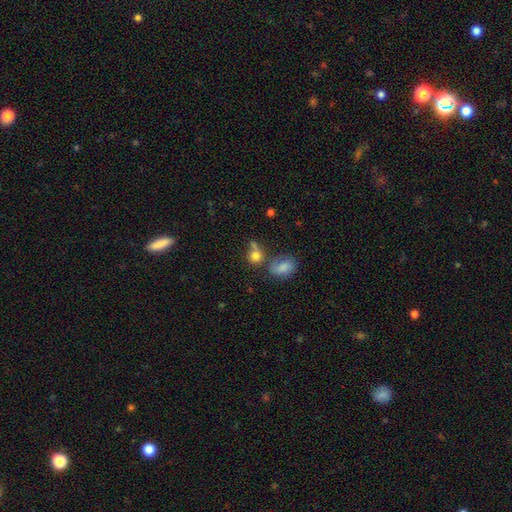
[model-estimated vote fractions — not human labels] smooth-or-featured: smooth: 77% | star or artifact: 12% | featured or disk: 11%
  how-rounded: round: 75% | in between: 24% | cigar-shaped: 2%
  merging: none: 45% | merger: 32% | minor disturbance: 14% | major disturbance: 9%